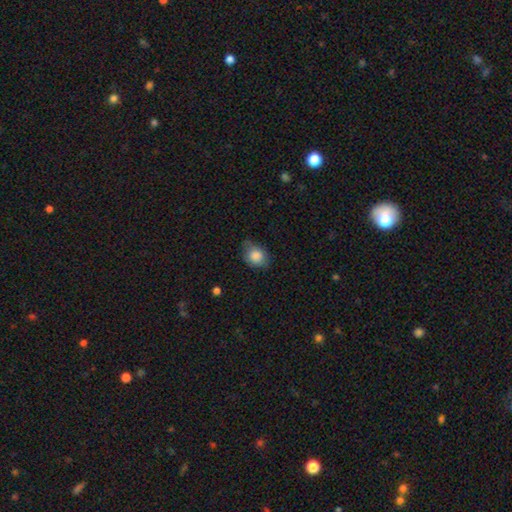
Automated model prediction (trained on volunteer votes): A smooth galaxy with no disk features (84%) that is in between round and cigar-shaped (60%).

Vote fractions:
- Smooth or featured? smooth: 84% / featured or disk: 9% / star or artifact: 8%
- How rounded? in between: 60% / round: 39% / cigar-shaped: 1%
- Merging? none: 63% / minor disturbance: 29% / major disturbance: 7% / merger: 1%